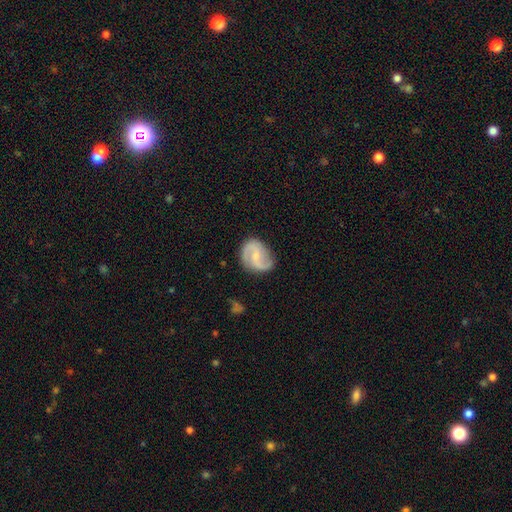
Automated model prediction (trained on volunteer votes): Q: Smooth or featured?
A: featured or disk (81%); runner-up: smooth (14%)
Q: Edge-on disk?
A: no (98%); runner-up: yes (2%)
Q: Bar?
A: weak (51%); runner-up: no (34%)
Q: Spiral arms?
A: yes (96%); runner-up: no (4%)
Q: Spiral winding?
A: medium (48%); runner-up: loose (34%)
Q: Spiral arm count?
A: 2 (91%); runner-up: can't tell (4%)
Q: Bulge size?
A: small (54%); runner-up: moderate (28%)
Q: Merging?
A: none (76%); runner-up: minor disturbance (17%)